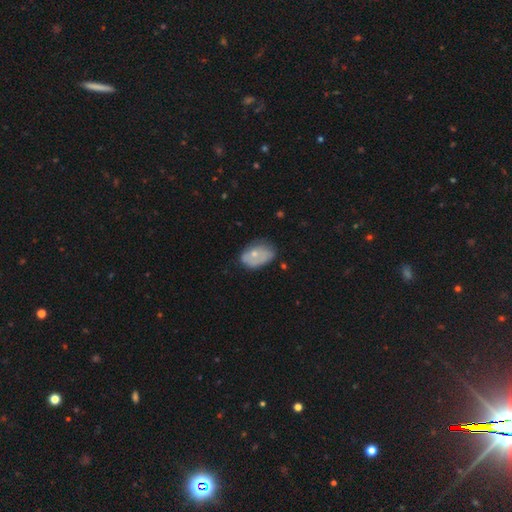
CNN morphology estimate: Smooth or featured? Predicted: smooth (p=0.57). How rounded? Predicted: in between (p=0.85). Merging? Predicted: none (p=0.49).